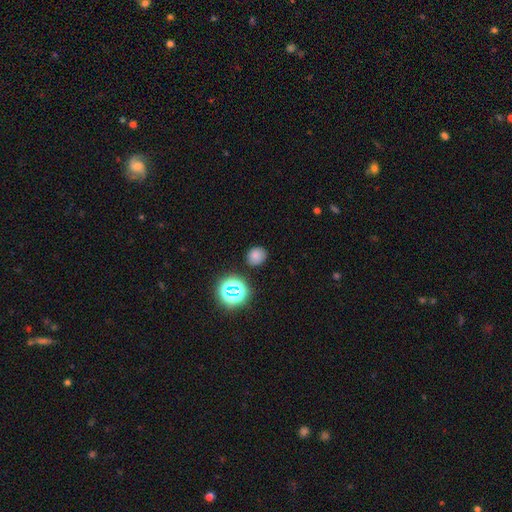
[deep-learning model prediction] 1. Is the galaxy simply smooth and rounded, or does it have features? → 74% smooth, 20% star or artifact, 6% featured or disk.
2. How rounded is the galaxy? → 74% round, 25% in between, 1% cigar-shaped.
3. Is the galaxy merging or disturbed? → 85% none, 10% minor disturbance, 3% major disturbance, 2% merger.